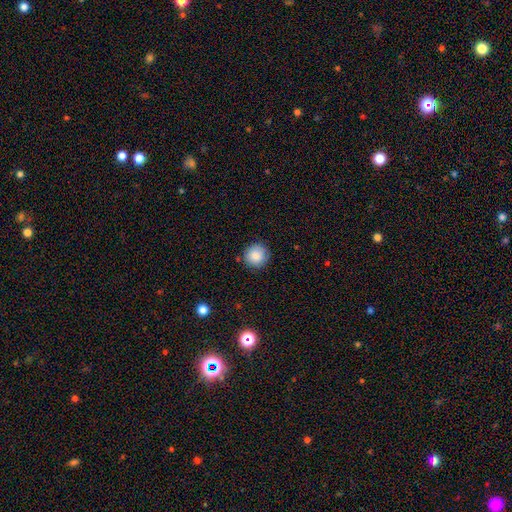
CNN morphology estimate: Smooth or featured? Predicted: smooth (p=0.86). How rounded? Predicted: round (p=0.94). Merging? Predicted: none (p=0.87).